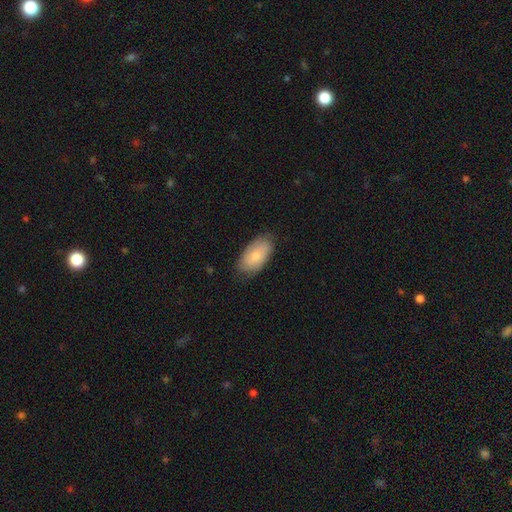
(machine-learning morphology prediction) A smooth galaxy with no disk features (68%) that is in between round and cigar-shaped (94%).

Vote fractions:
- Smooth or featured? smooth: 68% / featured or disk: 26% / star or artifact: 6%
- How rounded? in between: 94% / round: 4% / cigar-shaped: 3%
- Merging? none: 77% / minor disturbance: 19% / major disturbance: 3% / merger: 1%